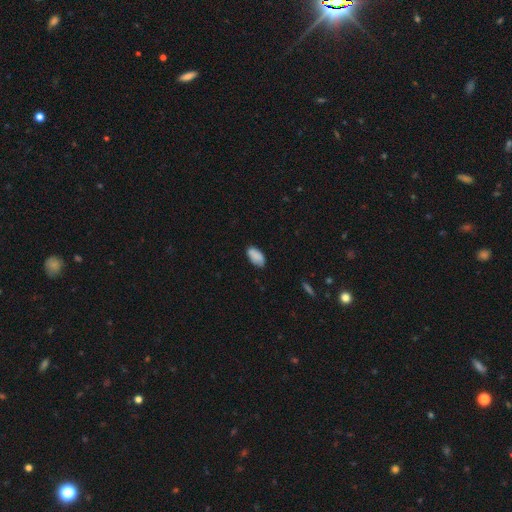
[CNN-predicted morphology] smooth_or_featured: smooth (p=0.87) [alt: star or artifact p=0.07]
how_rounded: in between (p=0.95) [alt: round p=0.03]
merging: none (p=0.80) [alt: minor disturbance p=0.16]